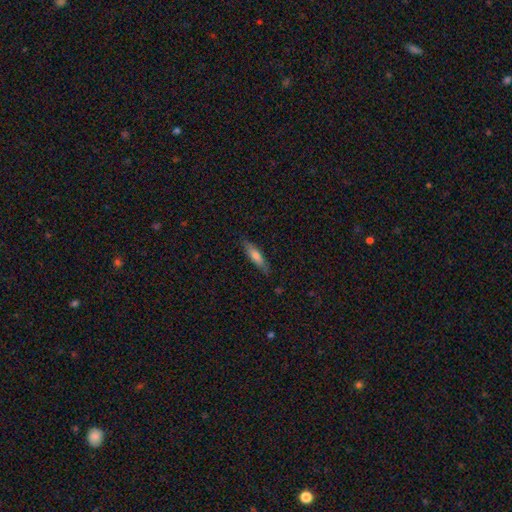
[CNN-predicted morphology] A smooth galaxy with no disk features (63%) that is cigar-shaped (77%). Merging: none (84%).